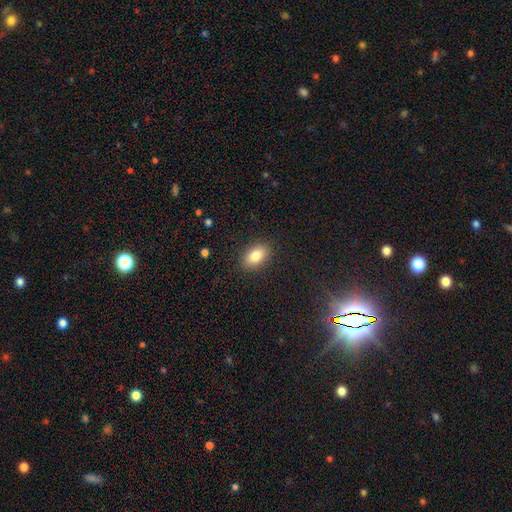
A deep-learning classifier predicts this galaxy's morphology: Smooth or featured? smooth (84%)
How rounded? in between (89%)
Merging? none (88%)